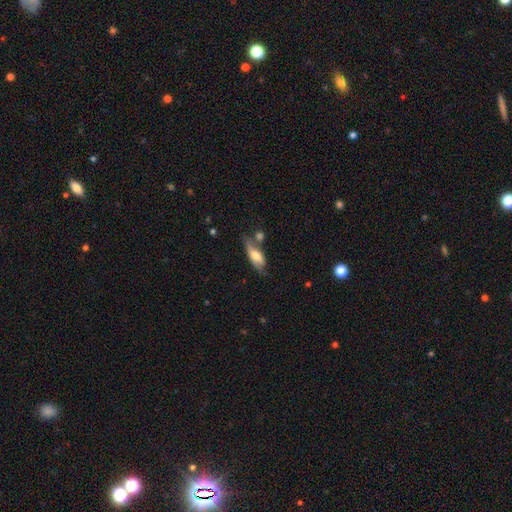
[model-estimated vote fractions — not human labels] smooth 52%, featured or disk 41%, star or artifact 7%. Down the decision tree: how rounded — in between (64%); merging — none (46%).